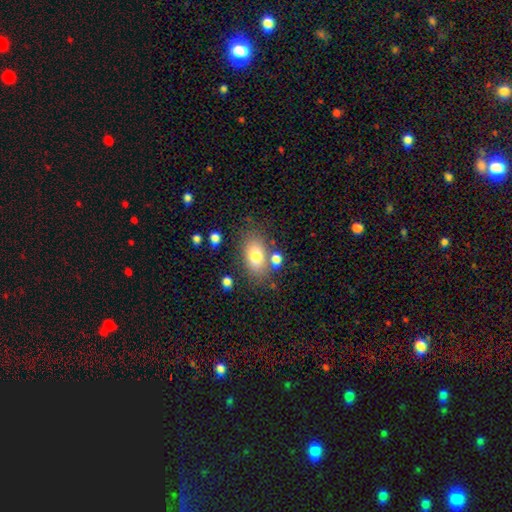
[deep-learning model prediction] Overall: smooth (77%). How rounded: in between (87%). Merging: none (67%).